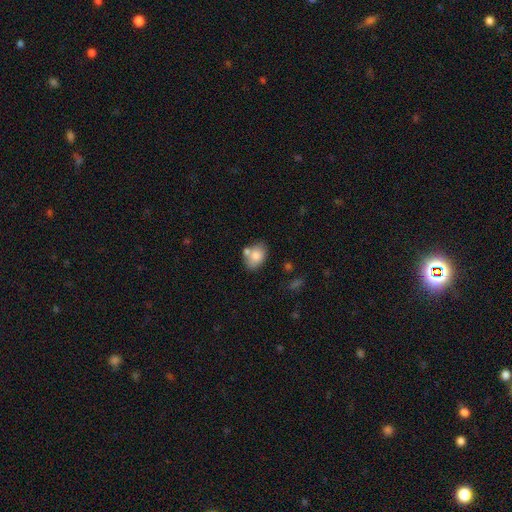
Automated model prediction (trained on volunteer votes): Q: Smooth or featured?
A: smooth (79%); runner-up: featured or disk (14%)
Q: How rounded?
A: in between (81%); runner-up: round (18%)
Q: Merging?
A: none (58%); runner-up: merger (19%)